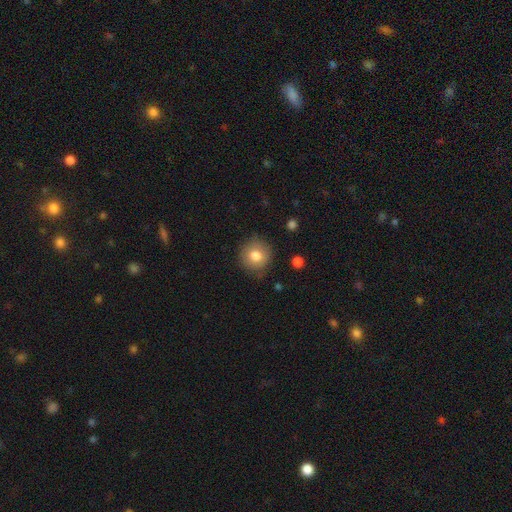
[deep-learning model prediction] Q: Smooth or featured?
A: smooth (79%); runner-up: featured or disk (11%)
Q: How rounded?
A: round (92%); runner-up: in between (7%)
Q: Merging?
A: none (85%); runner-up: minor disturbance (11%)